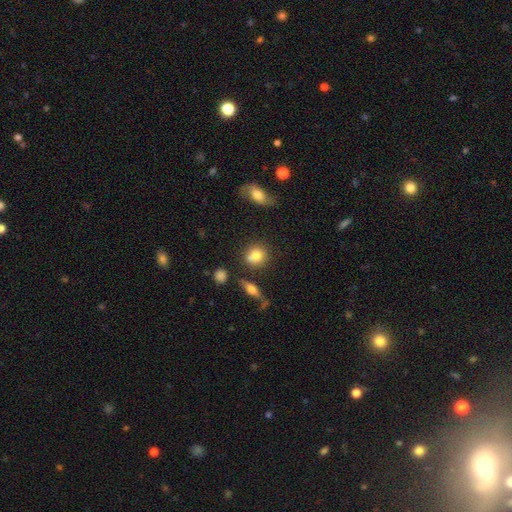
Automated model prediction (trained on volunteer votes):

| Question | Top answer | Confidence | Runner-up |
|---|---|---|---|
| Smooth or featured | smooth | 77% | featured or disk (13%) |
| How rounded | round | 78% | in between (20%) |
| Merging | none | 61% | merger (21%) |